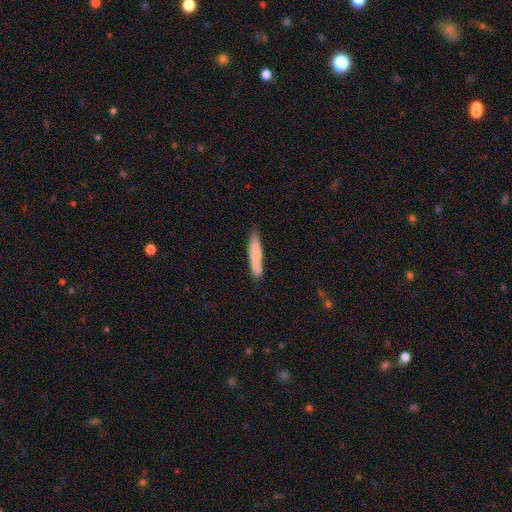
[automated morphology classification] Overall: smooth (76%). How rounded: cigar-shaped (89%). Merging: none (83%).